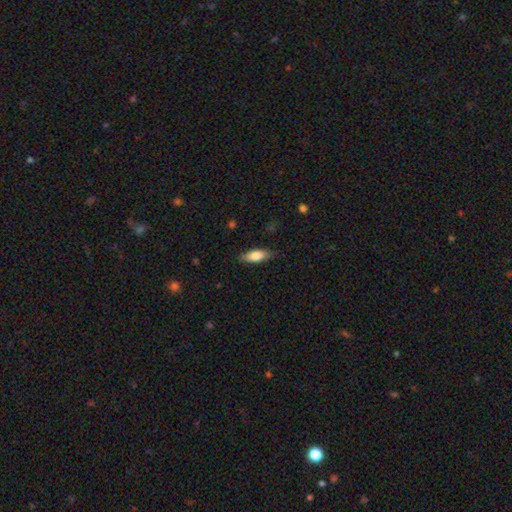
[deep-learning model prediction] Smooth or featured? Predicted: smooth (p=0.76). How rounded? Predicted: in between (p=0.65). Merging? Predicted: none (p=0.83).